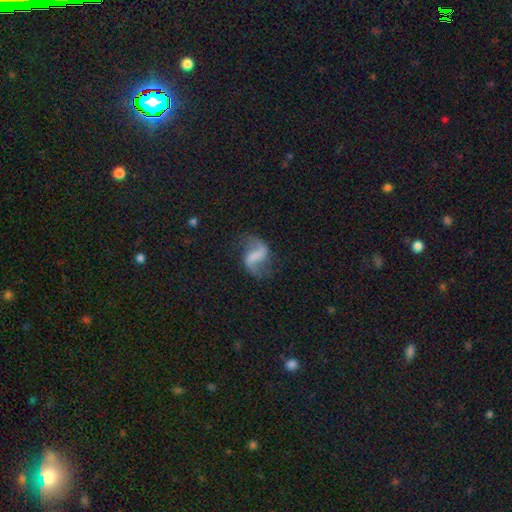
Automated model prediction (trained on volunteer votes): Smooth or featured? featured or disk (80%)
Edge-on disk? no (98%)
Bar? strong (43%)
Spiral arms? yes (93%)
Spiral winding? loose (77%)
Spiral arm count? 2 (92%)
Bulge size? none (59%)
Merging? none (72%)